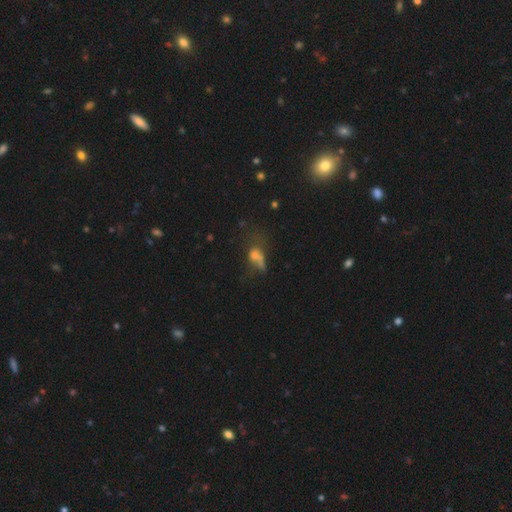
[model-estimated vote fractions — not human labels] Overall: smooth (50%; featured or disk 26%). How rounded: in between (61%; round 26%). Merging: major disturbance (38%; none 29%).